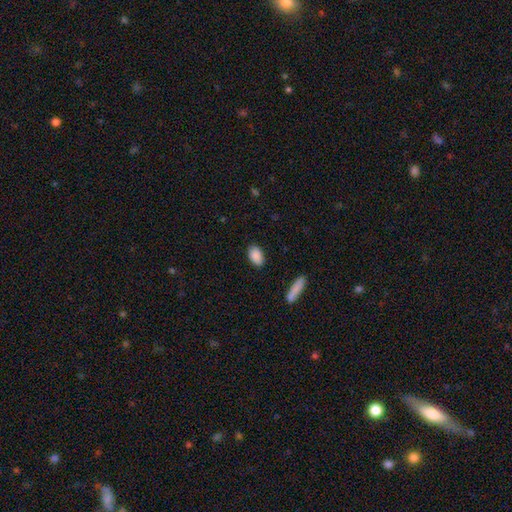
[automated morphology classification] Smooth or featured?
  - smooth: 89% *
  - star or artifact: 7%
  - featured or disk: 4%
How rounded?
  - in between: 91% *
  - round: 6%
  - cigar-shaped: 2%
Merging?
  - none: 87% *
  - minor disturbance: 9%
  - major disturbance: 2%
  - merger: 2%